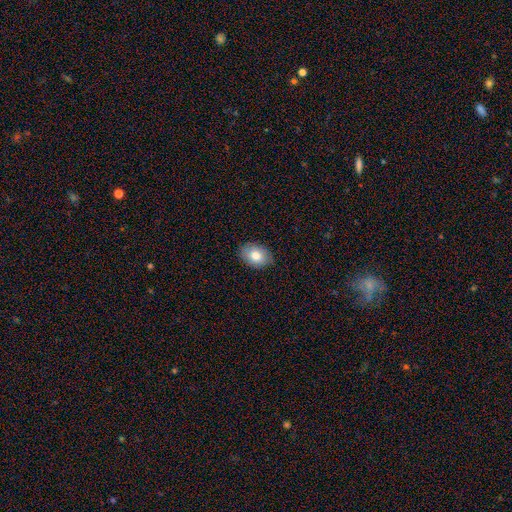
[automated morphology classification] Q: Smooth or featured?
A: smooth (79%); runner-up: featured or disk (13%)
Q: How rounded?
A: in between (77%); runner-up: round (22%)
Q: Merging?
A: none (87%); runner-up: minor disturbance (10%)